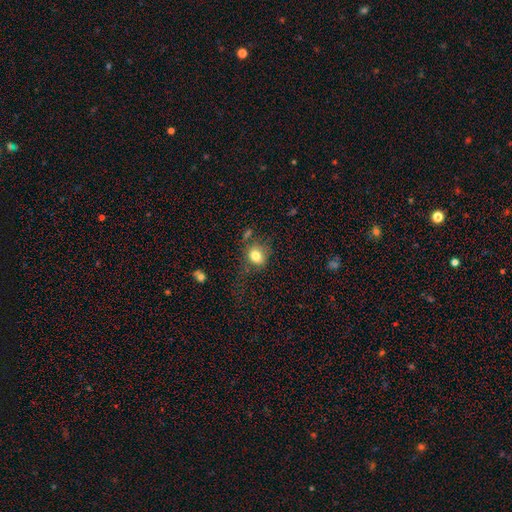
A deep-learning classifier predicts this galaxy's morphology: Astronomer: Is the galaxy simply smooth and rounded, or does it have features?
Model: smooth — 80%.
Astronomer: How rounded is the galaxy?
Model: round — 64%.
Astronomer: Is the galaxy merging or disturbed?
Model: none — 58%.